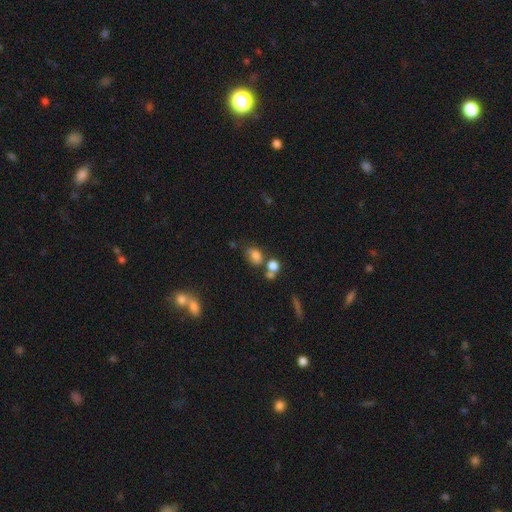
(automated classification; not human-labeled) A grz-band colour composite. It shows a smooth galaxy with no disk features (76%) that is in between round and cigar-shaped (68%). Merging: none (40%).